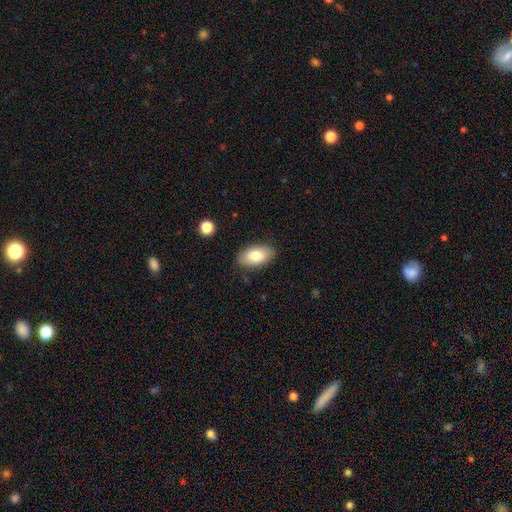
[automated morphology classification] A smooth galaxy with no disk features (80%) that is in between round and cigar-shaped (93%). Merging: none (85%).